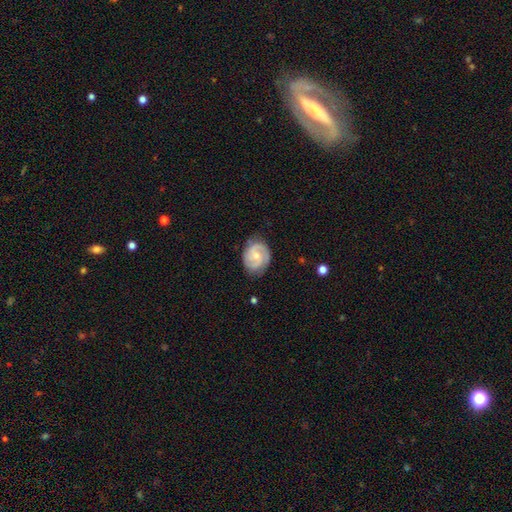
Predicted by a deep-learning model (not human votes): Overall: featured or disk (78%). Edge-on disk: no (98%). Bar: no (54%; weak 39%). Spiral arms: yes (95%). Spiral arm count: 2 (77%). Spiral winding: tight (46%; medium 43%). Bulge size: small (53%; moderate 42%). Merging: none (76%).